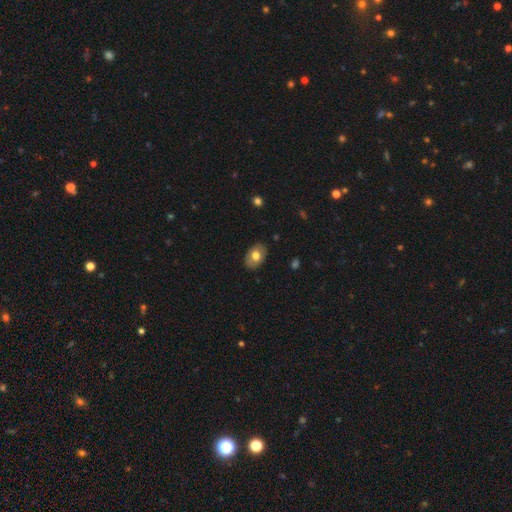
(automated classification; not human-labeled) smooth-or-featured: smooth: 71% | featured or disk: 22% | star or artifact: 7%
  how-rounded: in between: 85% | round: 14% | cigar-shaped: 1%
  merging: none: 86% | minor disturbance: 11% | major disturbance: 2% | merger: 1%